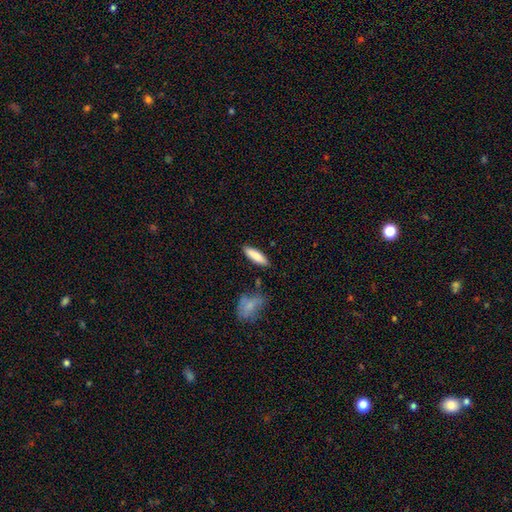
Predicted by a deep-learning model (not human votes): smooth_or_featured: smooth (p=0.83) [alt: featured or disk p=0.11]
how_rounded: cigar-shaped (p=0.58) [alt: in between p=0.41]
merging: none (p=0.84) [alt: minor disturbance p=0.11]